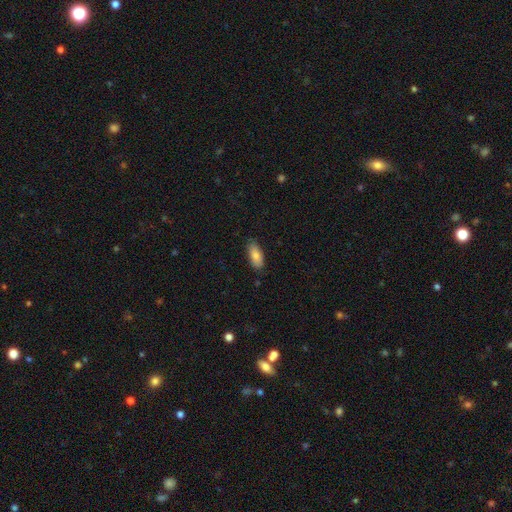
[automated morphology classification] A smooth galaxy with no disk features (84%) that is in between round and cigar-shaped (86%). Merging: none (84%).